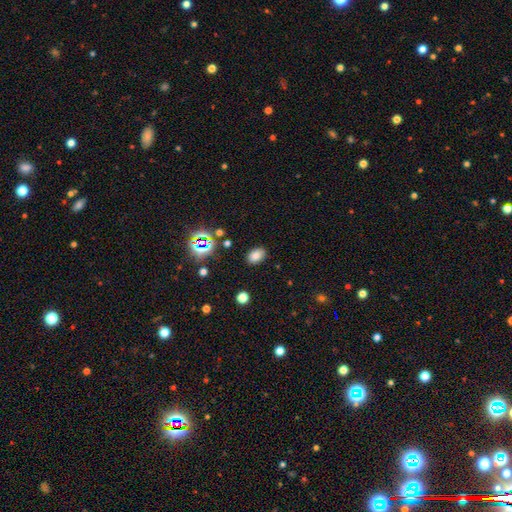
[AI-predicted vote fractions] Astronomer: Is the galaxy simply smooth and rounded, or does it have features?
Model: smooth — 76%.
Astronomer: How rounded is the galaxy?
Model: in between — 84%.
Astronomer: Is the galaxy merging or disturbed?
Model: none — 86%.